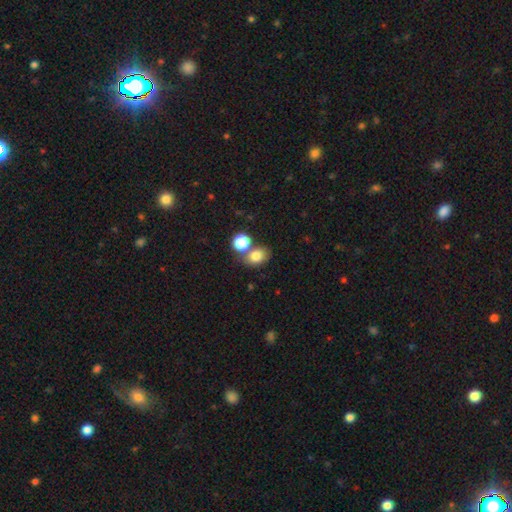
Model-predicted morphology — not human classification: This appears to be a smooth galaxy with no disk features (80%) that is in between round and cigar-shaped (56%). Merging: none (52%).